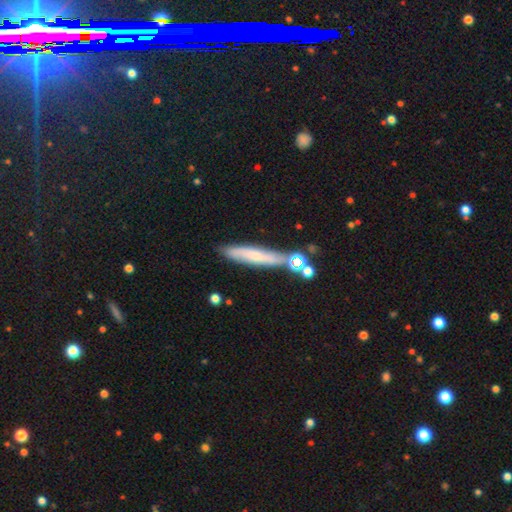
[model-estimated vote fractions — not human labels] The model was most divided on "smooth or featured": smooth: 51%, featured or disk: 40%, star or artifact: 9%. More confident: how rounded — cigar-shaped (90%); merging — none (71%).